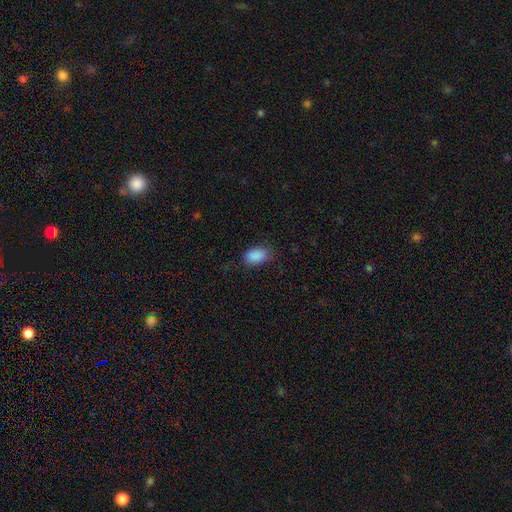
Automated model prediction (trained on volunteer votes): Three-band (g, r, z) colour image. It shows a smooth galaxy with no disk features (88%) that is in between round and cigar-shaped (89%). Merging: none (74%).